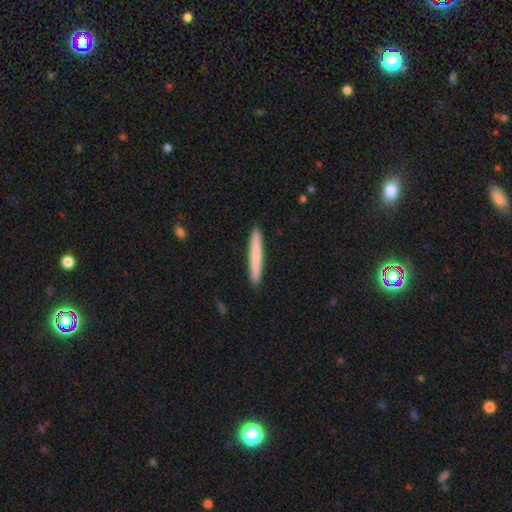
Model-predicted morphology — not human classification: The model was most divided on "smooth or featured": smooth: 75%, featured or disk: 20%, star or artifact: 5%. More confident: how rounded — cigar-shaped (97%); merging — none (93%).